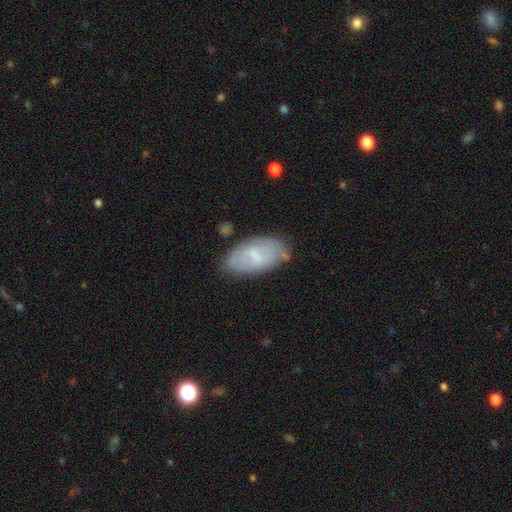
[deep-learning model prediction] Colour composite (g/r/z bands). It shows a smooth galaxy with no disk features (55%) that is in between round and cigar-shaped (92%). Merging: none (68%).